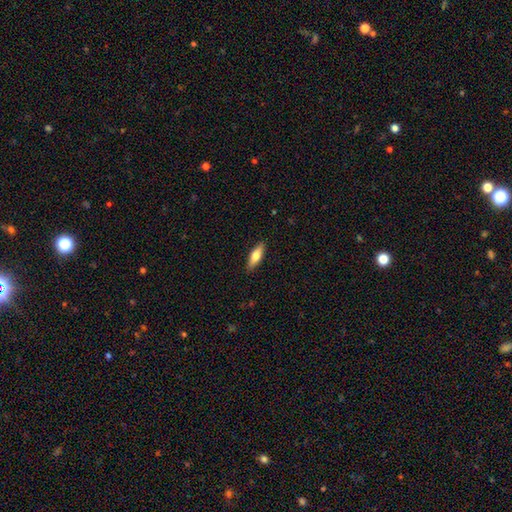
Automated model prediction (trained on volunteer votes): smooth 63%, featured or disk 31%, star or artifact 6%. Down the decision tree: how rounded — cigar-shaped (49%); merging — none (89%).